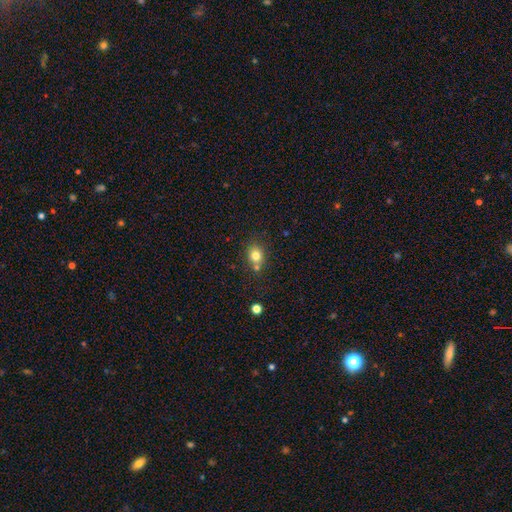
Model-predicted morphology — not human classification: type=smooth (78%); roundness=round (71%); merging=none (66%).